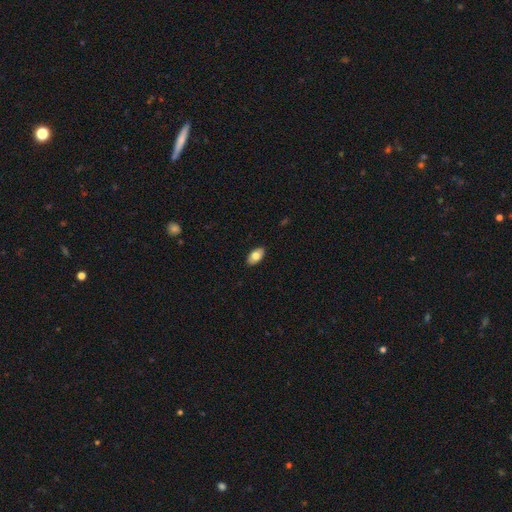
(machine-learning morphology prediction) type=smooth (75%); roundness=in between (94%); merging=none (89%).